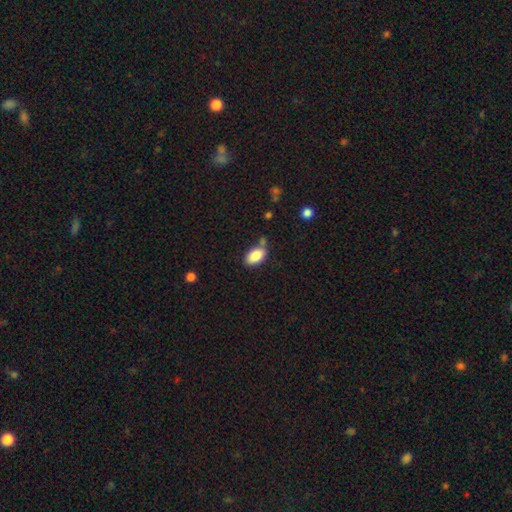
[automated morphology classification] Smooth or featured: smooth — 86% (star or artifact — 7%)
How rounded: in between — 93% (round — 5%)
Merging: none — 64% (minor disturbance — 19%)